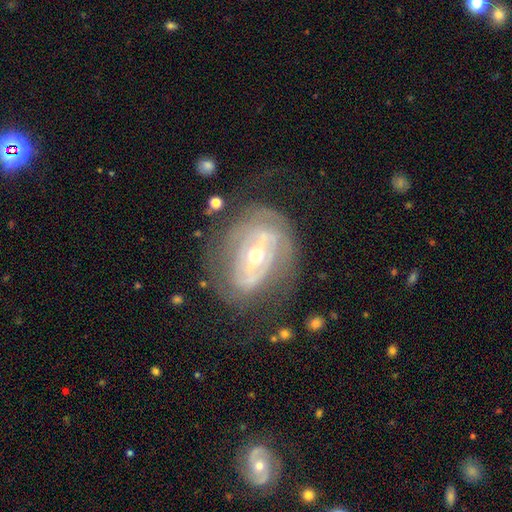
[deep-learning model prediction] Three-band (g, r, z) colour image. It shows a featured or disk galaxy (85%) with a strong bar (46%), 2 (38%, tied with can't tell) tight (58%) spiral arms (79%) and a moderate central bulge (59%). Merging: none (61%).